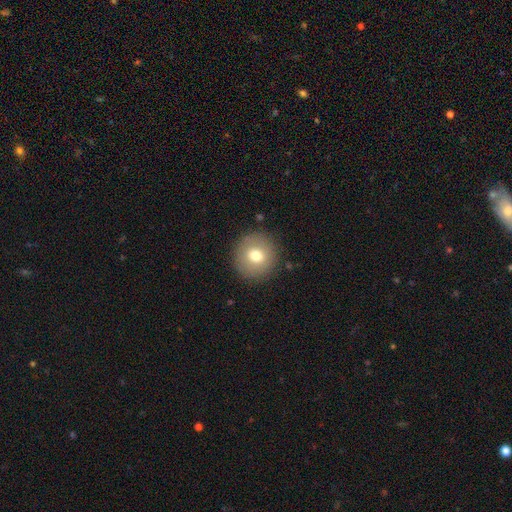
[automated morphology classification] smooth-or-featured: smooth: 73% | featured or disk: 17% | star or artifact: 10%
  how-rounded: round: 94% | in between: 5% | cigar-shaped: 1%
  merging: none: 89% | minor disturbance: 7% | major disturbance: 3% | merger: 1%